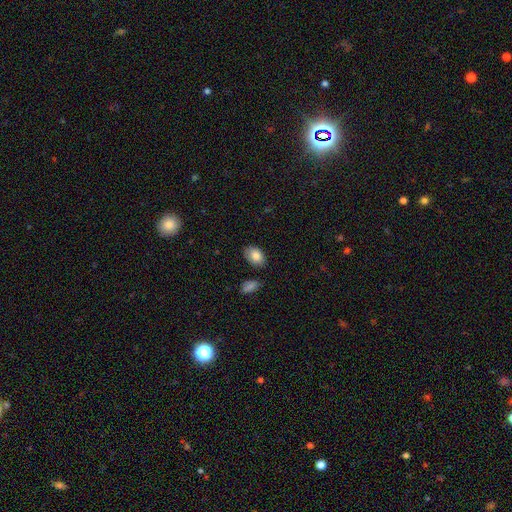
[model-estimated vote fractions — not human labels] This appears to be a smooth galaxy with no disk features (84%) that is in between round and cigar-shaped (87%). Merging: none (79%).